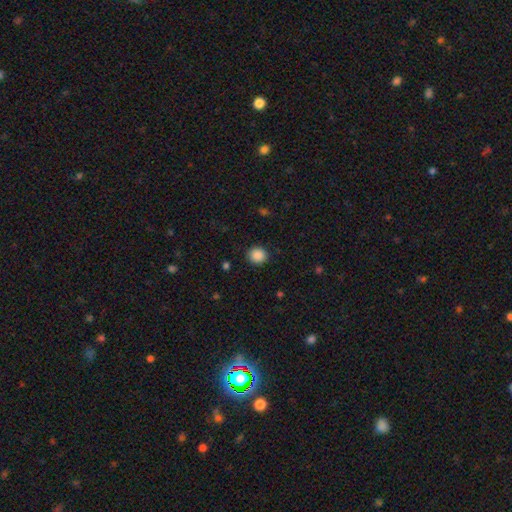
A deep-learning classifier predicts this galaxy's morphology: This appears to be a smooth galaxy with no disk features (88%) that is round (86%). Merging: none (90%).